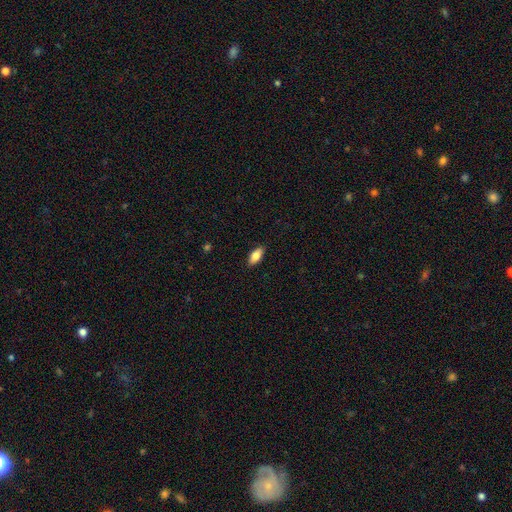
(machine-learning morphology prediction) A smooth galaxy with no disk features (79%) that is in between round and cigar-shaped (85%). Merging: none (89%).